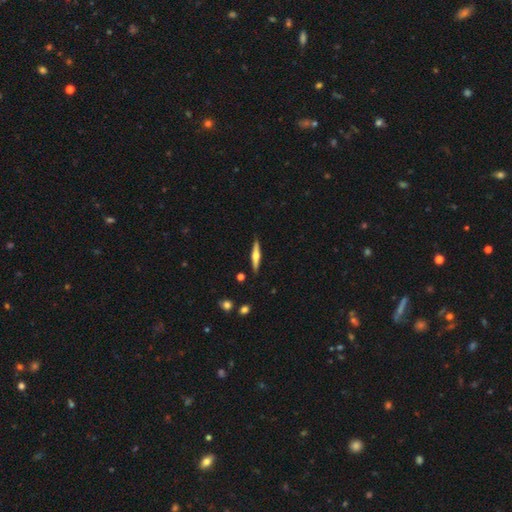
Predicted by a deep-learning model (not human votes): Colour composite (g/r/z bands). It shows a featured or disk galaxy (63%) viewed edge-on (97%) with a rounded central bulge (89%). Merging: none (90%).